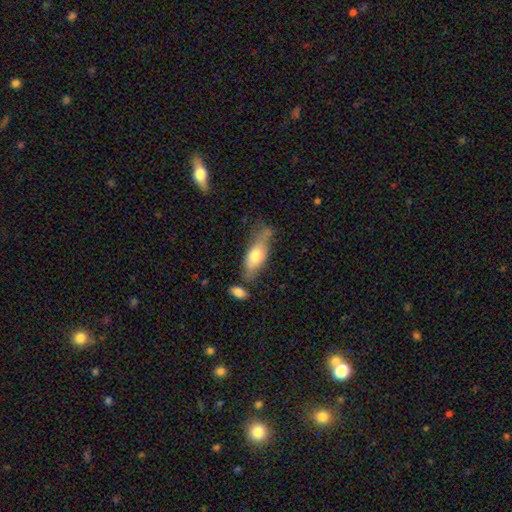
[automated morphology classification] Smooth or featured: smooth — 65% (featured or disk — 29%)
How rounded: in between — 67% (cigar-shaped — 30%)
Merging: none — 51% (minor disturbance — 27%)